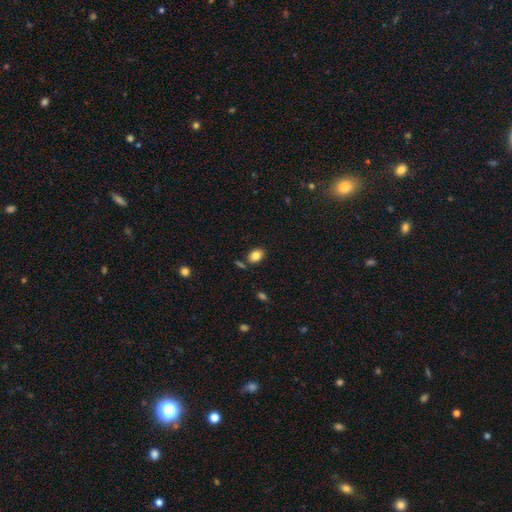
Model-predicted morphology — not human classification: This appears to be a smooth galaxy with no disk features (83%) that is in between round and cigar-shaped (79%). Merging: none (78%).